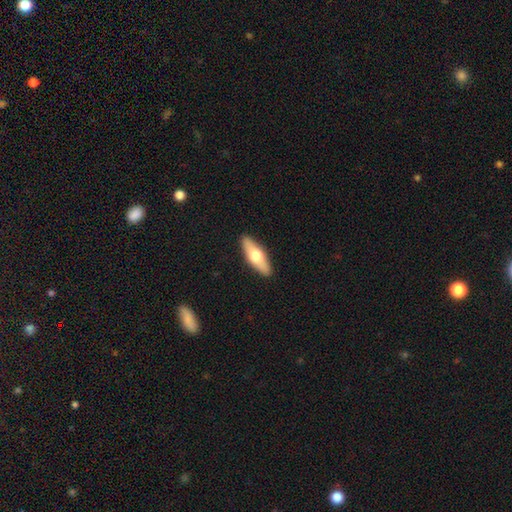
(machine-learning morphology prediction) Smooth or featured? smooth (53%)
How rounded? in between (50%)
Merging? none (90%)